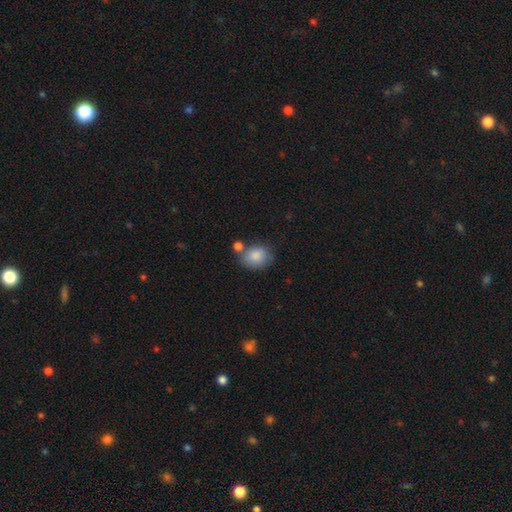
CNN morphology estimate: The model was most divided on "how rounded": in between: 54%, round: 45%, cigar-shaped: 1%. More confident: smooth or featured — smooth (85%); merging — none (58%).